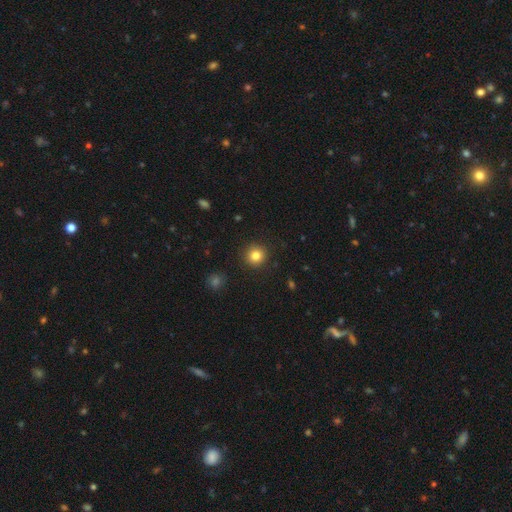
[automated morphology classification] type=smooth (83%); roundness=round (94%); merging=none (91%).